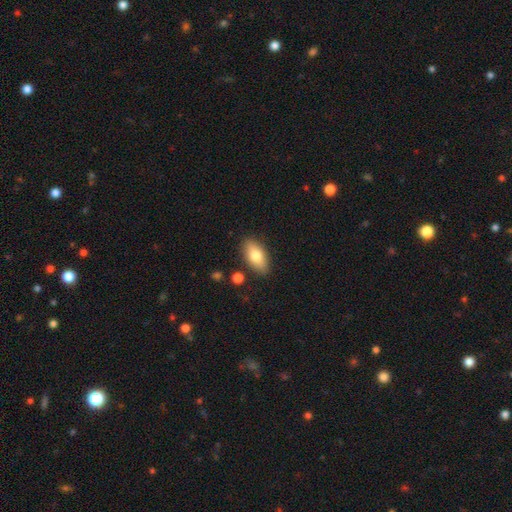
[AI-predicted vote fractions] smooth 76%, featured or disk 17%, star or artifact 7%. Down the decision tree: how rounded — in between (87%); merging — none (85%).